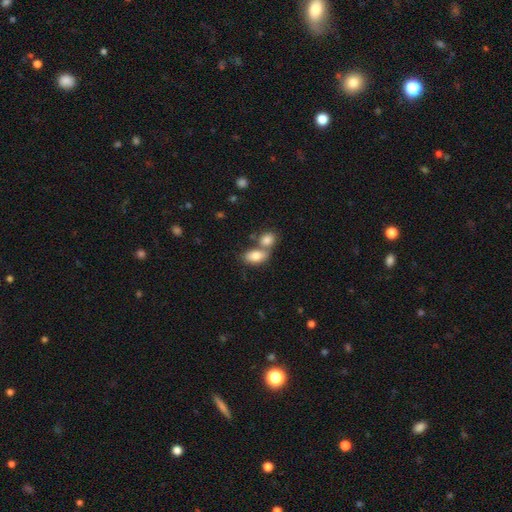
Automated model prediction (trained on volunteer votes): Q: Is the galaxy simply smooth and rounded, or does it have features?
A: smooth — 83%.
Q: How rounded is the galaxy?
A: in between — 88%.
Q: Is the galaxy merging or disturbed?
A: merger — 51%.